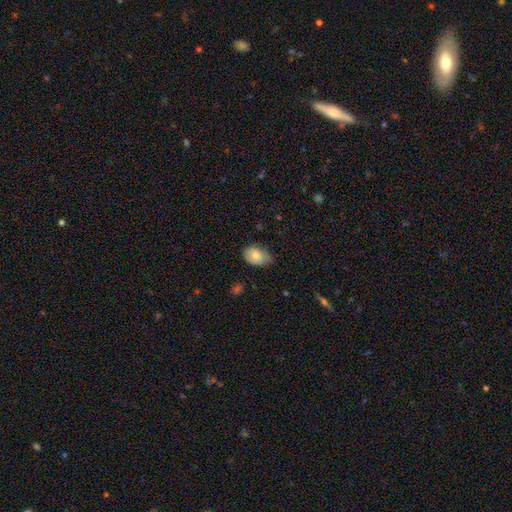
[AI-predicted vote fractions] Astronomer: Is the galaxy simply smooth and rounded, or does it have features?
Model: smooth — 83%.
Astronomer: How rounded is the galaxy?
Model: in between — 82%.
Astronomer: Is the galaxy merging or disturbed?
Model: none — 58% (runner-up: minor disturbance, 35%).